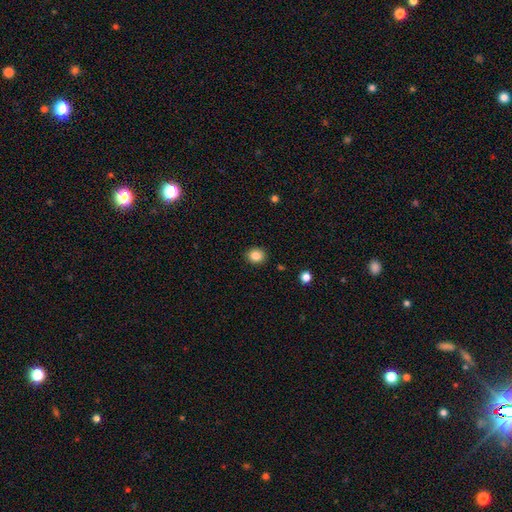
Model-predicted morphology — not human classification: smooth-or-featured: smooth: 85% | star or artifact: 10% | featured or disk: 4%
  how-rounded: round: 73% | in between: 26% | cigar-shaped: 1%
  merging: none: 90% | minor disturbance: 7% | major disturbance: 2% | merger: 1%